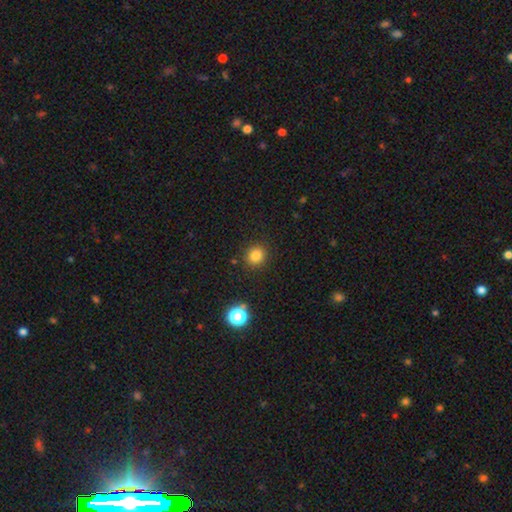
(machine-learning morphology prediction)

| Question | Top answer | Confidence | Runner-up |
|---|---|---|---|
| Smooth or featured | smooth | 82% | star or artifact (14%) |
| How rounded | round | 84% | in between (15%) |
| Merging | none | 88% | minor disturbance (7%) |